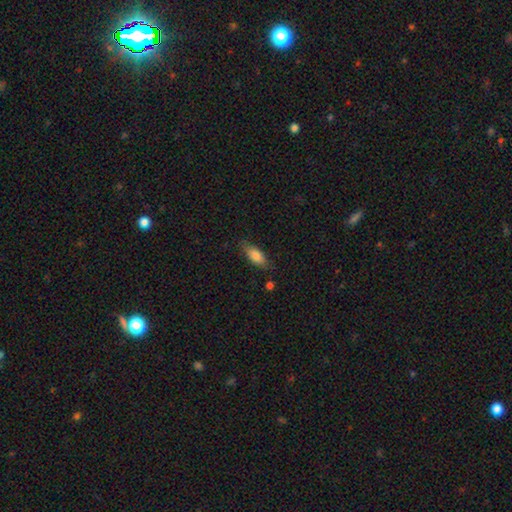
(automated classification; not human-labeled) Morphology: type=smooth (82%); roundness=in between (78%); merging=none (74%).